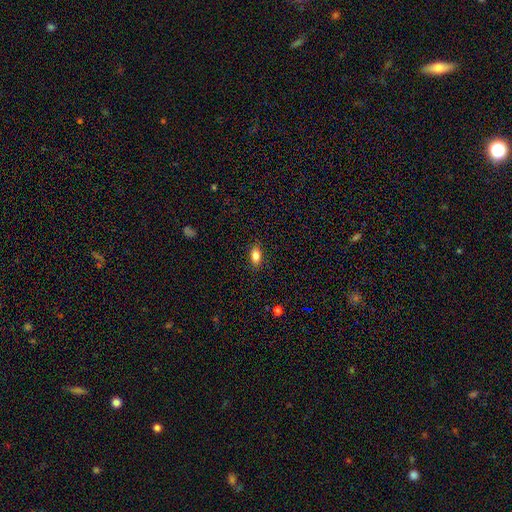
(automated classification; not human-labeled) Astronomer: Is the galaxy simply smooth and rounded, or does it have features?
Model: smooth — 84%.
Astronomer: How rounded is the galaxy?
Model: in between — 87%.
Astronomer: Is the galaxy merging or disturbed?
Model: none — 87%.